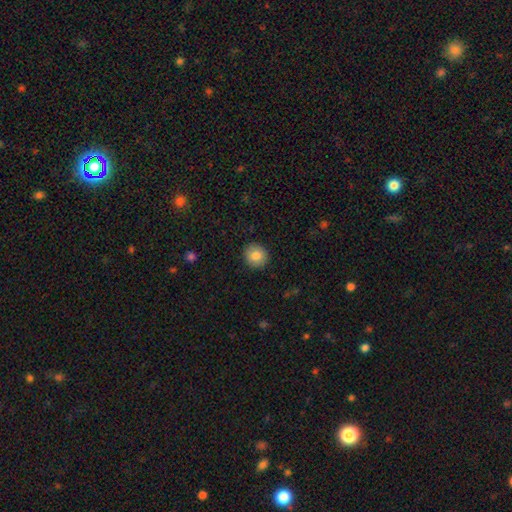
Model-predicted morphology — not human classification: The model was most divided on "smooth or featured": smooth: 84%, star or artifact: 9%, featured or disk: 8%. More confident: merging — none (91%); how rounded — round (88%).